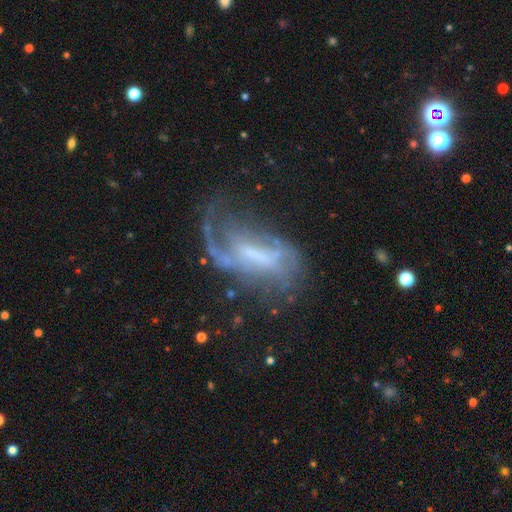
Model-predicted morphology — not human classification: Q: Smooth or featured?
A: featured or disk (75%); runner-up: smooth (15%)
Q: Edge-on disk?
A: no (92%); runner-up: yes (8%)
Q: Bar?
A: weak (43%); runner-up: strong (32%)
Q: Spiral arms?
A: yes (76%); runner-up: no (24%)
Q: Spiral winding?
A: loose (53%); runner-up: medium (32%)
Q: Spiral arm count?
A: 1 (40%); runner-up: 2 (32%)
Q: Bulge size?
A: none (33%); runner-up: small (31%)
Q: Merging?
A: major disturbance (39%); runner-up: none (36%)